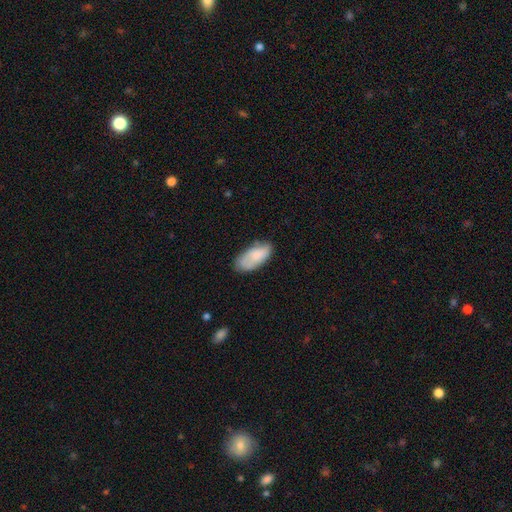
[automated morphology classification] type=smooth (76%); roundness=in between (92%); merging=none (65%).